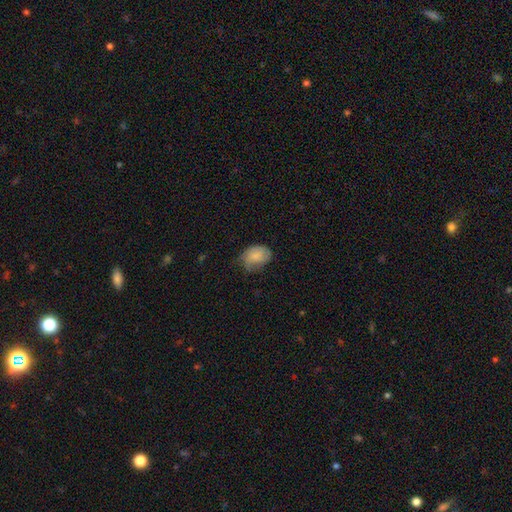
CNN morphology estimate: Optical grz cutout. It shows a smooth galaxy with no disk features (74%) that is in between round and cigar-shaped (74%). Merging: none (48%).